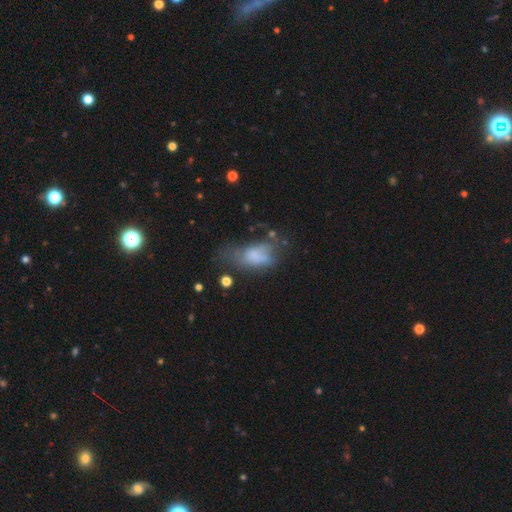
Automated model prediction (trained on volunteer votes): smooth 61%, featured or disk 28%, star or artifact 11%. Down the decision tree: how rounded — in between (87%); merging — major disturbance (39%).